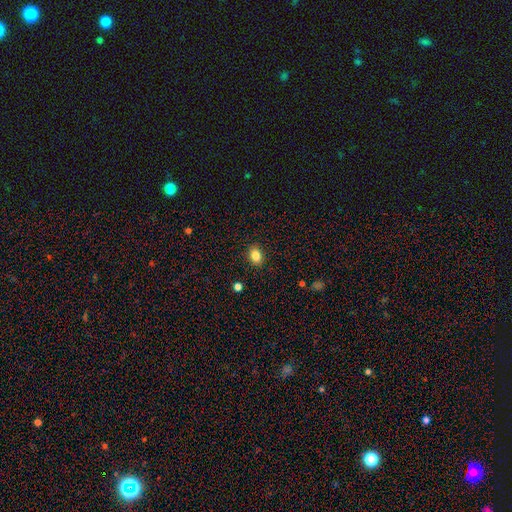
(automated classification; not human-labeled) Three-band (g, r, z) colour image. It shows a smooth galaxy with no disk features (84%) that is in between round and cigar-shaped (64%). Merging: none (90%).